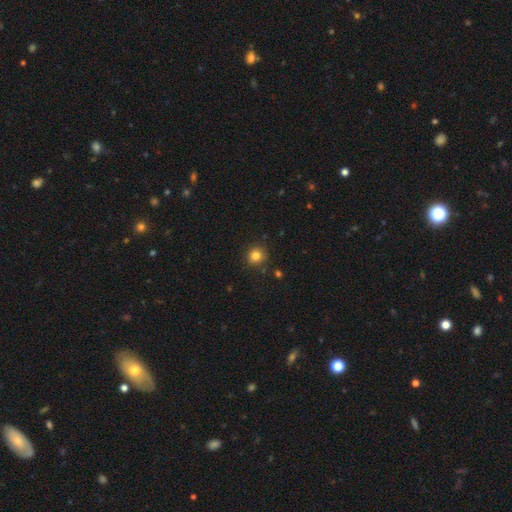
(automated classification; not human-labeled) This is clearly a smooth galaxy (82%). How rounded: clearly round (90%). Merging: clearly none (87%).